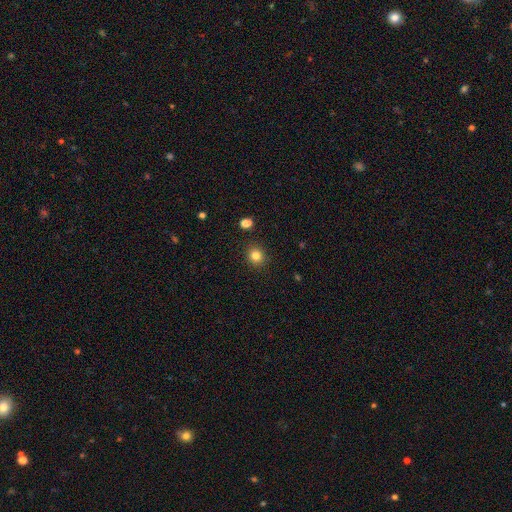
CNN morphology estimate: This appears to be a smooth galaxy with no disk features (82%) that is round (85%). Merging: none (90%).